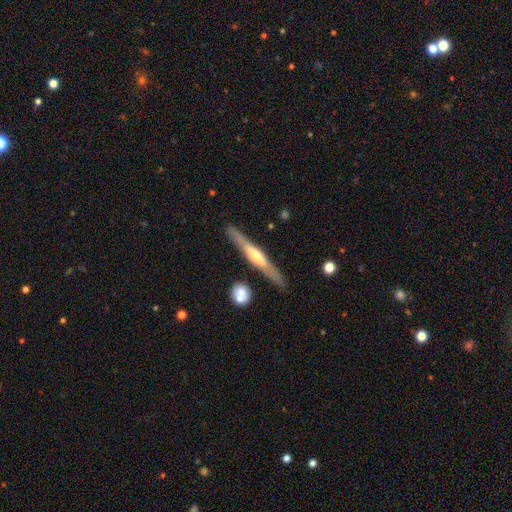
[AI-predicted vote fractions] Overall: featured or disk (71%). Edge-on disk: yes (96%). Edge-on bulge: rounded (71%). Merging: none (87%).